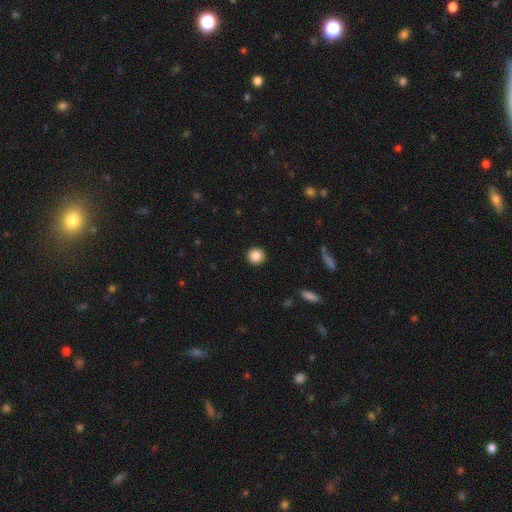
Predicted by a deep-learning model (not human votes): A smooth galaxy with no disk features (86%) that is round (93%).

Vote fractions:
- Smooth or featured? smooth: 86% / star or artifact: 9% / featured or disk: 4%
- How rounded? round: 93% / in between: 6% / cigar-shaped: 1%
- Merging? none: 93% / minor disturbance: 5% / major disturbance: 2% / merger: 1%